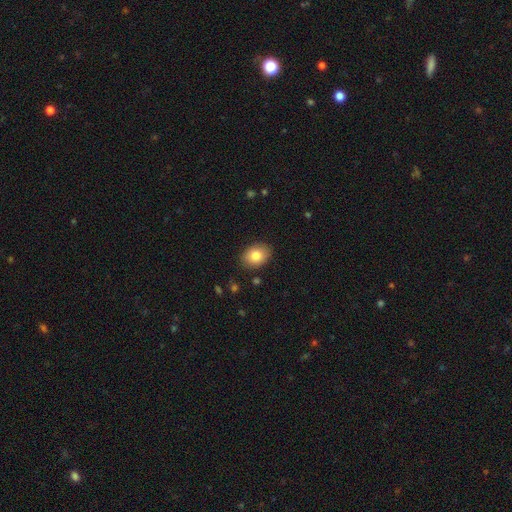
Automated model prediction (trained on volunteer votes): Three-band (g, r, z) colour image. It shows a smooth galaxy with no disk features (82%) that is in between round and cigar-shaped (71%). Merging: none (87%).